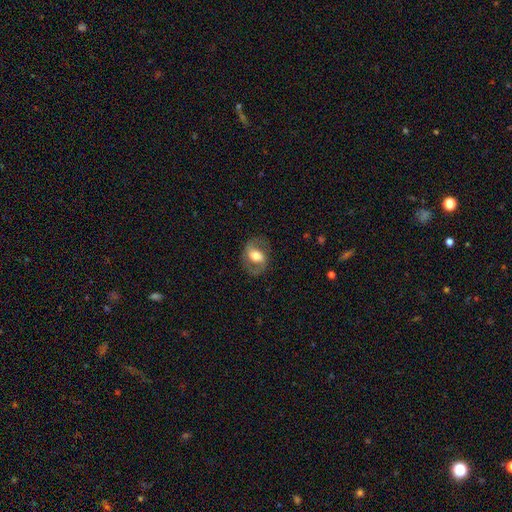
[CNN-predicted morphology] Smooth or featured: featured or disk — 61% (smooth — 32%)
Edge-on disk: no — 95% (yes — 5%)
Bar: weak — 38% (no — 34%)
Spiral arms: yes — 75% (no — 25%)
Bulge size: moderate — 60% (large — 24%)
Merging: none — 76% (minor disturbance — 14%)